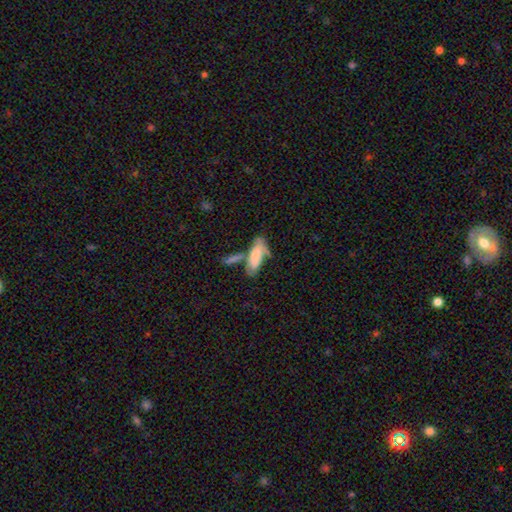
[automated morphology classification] Overall: smooth (72%). How rounded: in between (68%; cigar-shaped 30%). Merging: none (40%; merger 31%).